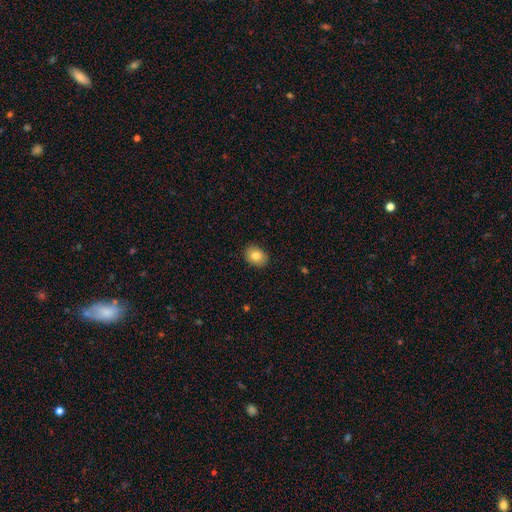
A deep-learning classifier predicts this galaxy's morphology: The model was most divided on "how rounded": in between: 58%, round: 41%, cigar-shaped: 1%. More confident: merging — none (88%); smooth or featured — smooth (83%).